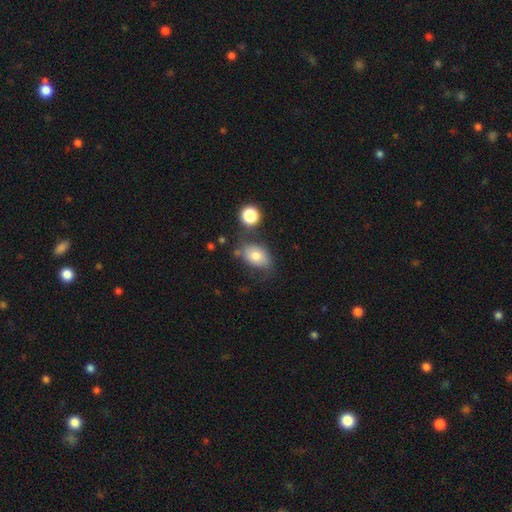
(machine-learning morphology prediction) type=smooth (75%); roundness=in between (79%); merging=none (58%).